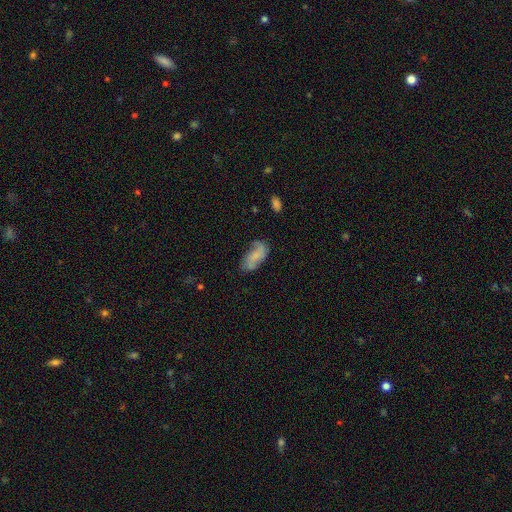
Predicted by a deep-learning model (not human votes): A smooth galaxy with no disk features (56%) that is in between round and cigar-shaped (86%).

Vote fractions:
- Smooth or featured? smooth: 56% / featured or disk: 34% / star or artifact: 9%
- How rounded? in between: 86% / cigar-shaped: 11% / round: 3%
- Merging? none: 52% / minor disturbance: 29% / major disturbance: 15% / merger: 4%